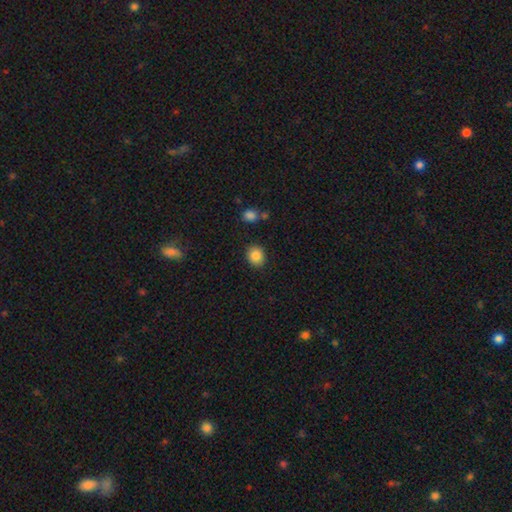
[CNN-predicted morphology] smooth-or-featured: smooth: 86% | star or artifact: 9% | featured or disk: 5%
  how-rounded: round: 71% | in between: 28% | cigar-shaped: 1%
  merging: none: 88% | minor disturbance: 8% | major disturbance: 2% | merger: 2%